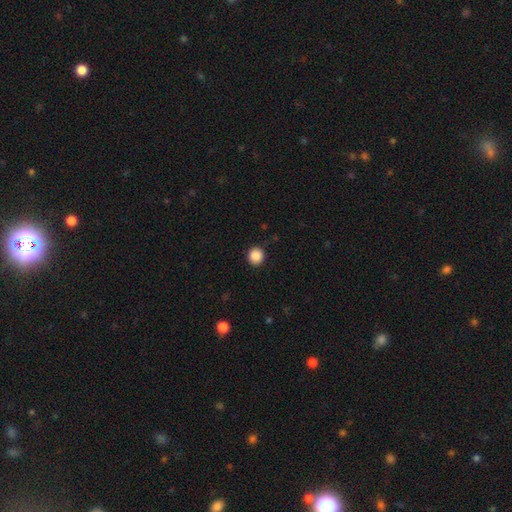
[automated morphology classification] This appears to be a smooth galaxy with no disk features (87%) that is round (93%). Merging: none (90%).